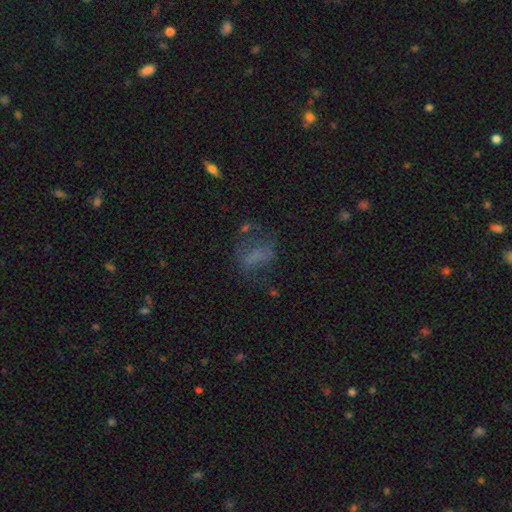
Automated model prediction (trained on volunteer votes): Q: Smooth or featured?
A: smooth (47%); runner-up: featured or disk (32%)
Q: Merging?
A: none (44%); runner-up: major disturbance (30%)